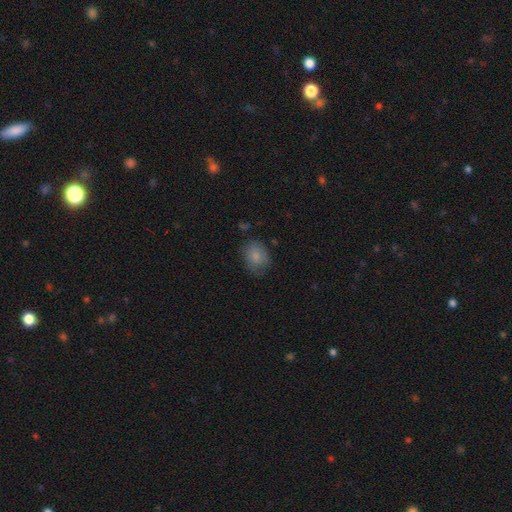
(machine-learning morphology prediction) This appears to be a smooth galaxy with no disk features (82%) that is in between round and cigar-shaped (60%). Merging: none (71%).